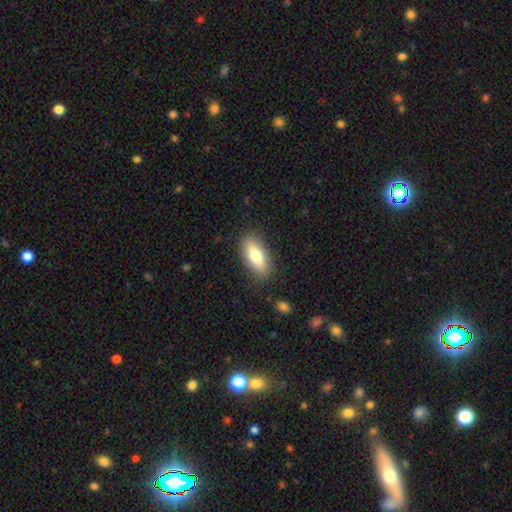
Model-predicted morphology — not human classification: A smooth galaxy with no disk features (72%) that is in between round and cigar-shaped (81%).

Vote fractions:
- Smooth or featured? smooth: 72% / featured or disk: 21% / star or artifact: 7%
- How rounded? in between: 81% / cigar-shaped: 15% / round: 4%
- Merging? none: 86% / minor disturbance: 10% / major disturbance: 3% / merger: 1%